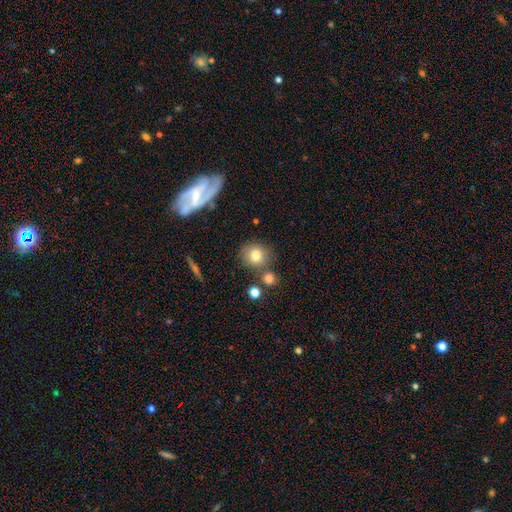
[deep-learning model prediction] Smooth or featured? Predicted: smooth (p=0.79). How rounded? Predicted: round (p=0.81). Merging? Predicted: none (p=0.72).